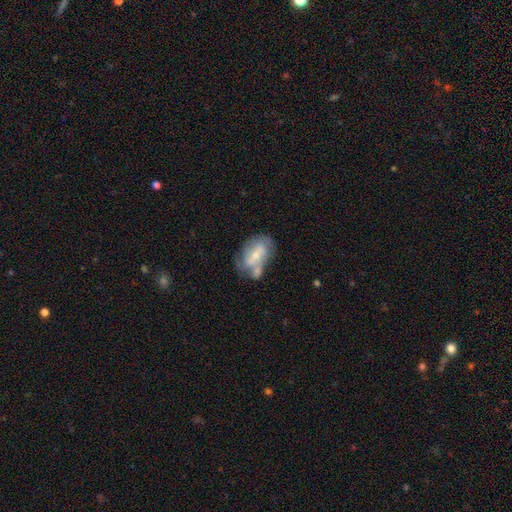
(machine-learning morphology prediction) Smooth or featured? Predicted: featured or disk (p=0.58). Edge-on disk? Predicted: no (p=0.95). Bar? Predicted: no (p=0.47). Spiral arms? Predicted: yes (p=0.62). Bulge size? Predicted: small (p=0.52). Merging? Predicted: merger (p=0.35).